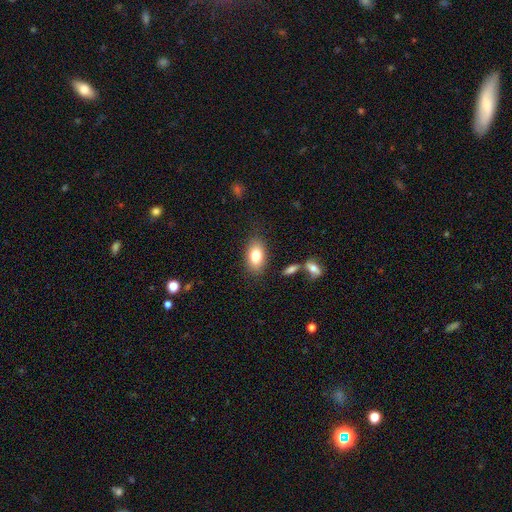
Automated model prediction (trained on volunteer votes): A smooth galaxy with no disk features (80%) that is in between round and cigar-shaped (89%).

Vote fractions:
- Smooth or featured? smooth: 80% / featured or disk: 12% / star or artifact: 8%
- How rounded? in between: 89% / round: 8% / cigar-shaped: 3%
- Merging? none: 82% / minor disturbance: 12% / major disturbance: 3% / merger: 3%